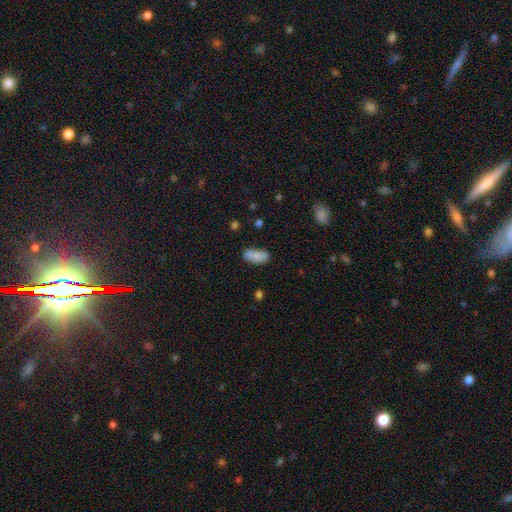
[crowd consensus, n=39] Morphology: type=smooth (87%); roundness=in between (82%); merging=none (63%).